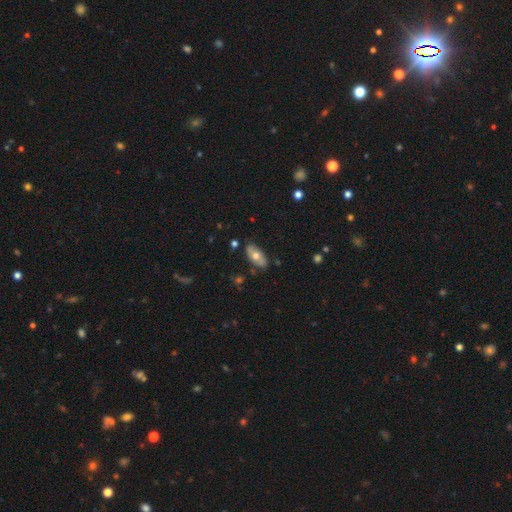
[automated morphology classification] smooth-or-featured: smooth: 60% | featured or disk: 34% | star or artifact: 6%
  how-rounded: in between: 89% | cigar-shaped: 7% | round: 4%
  merging: none: 82% | minor disturbance: 13% | major disturbance: 3% | merger: 2%